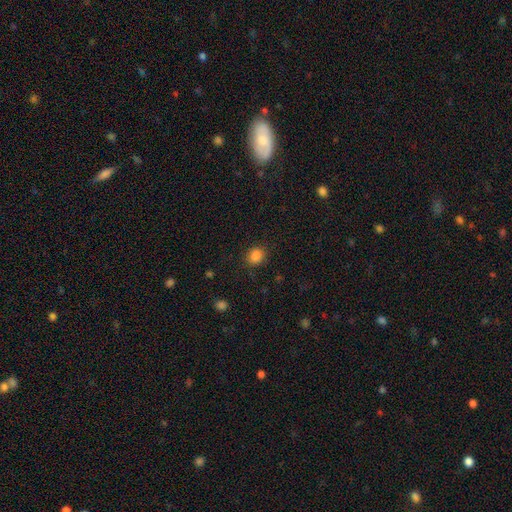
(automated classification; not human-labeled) A smooth galaxy with no disk features (85%) that is round (71%). Merging: none (85%).